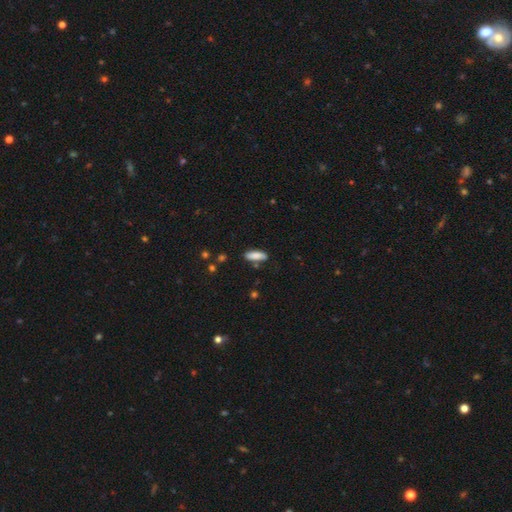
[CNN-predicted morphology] This appears to be a smooth galaxy with no disk features (85%) that is in between round and cigar-shaped (61%). Merging: none (79%).